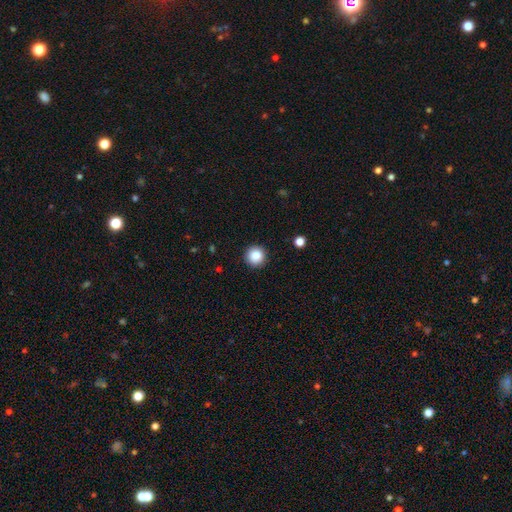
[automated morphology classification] Smooth or featured? smooth (86%)
How rounded? round (95%)
Merging? none (92%)